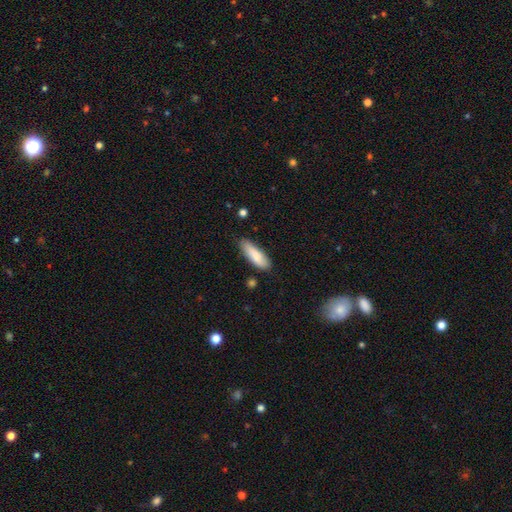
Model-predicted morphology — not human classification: This is clearly a smooth galaxy (81%). How rounded: possibly in between (55%). Merging: likely none (78%).